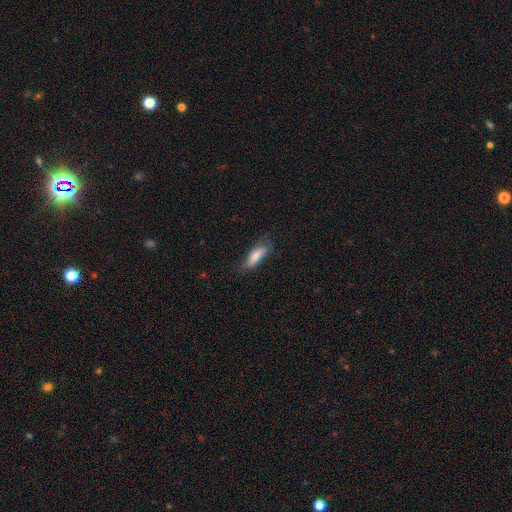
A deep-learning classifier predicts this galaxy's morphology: Smooth or featured?
  - smooth: 72% *
  - featured or disk: 21%
  - star or artifact: 7%
How rounded?
  - in between: 51% *
  - cigar-shaped: 47%
  - round: 2%
Merging?
  - none: 63% *
  - minor disturbance: 27%
  - major disturbance: 9%
  - merger: 2%